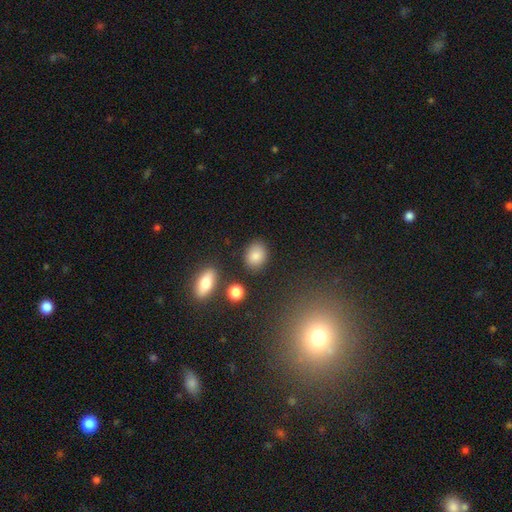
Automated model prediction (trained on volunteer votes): This is clearly a smooth galaxy (84%). How rounded: likely in between (61%). Merging: clearly none (83%).